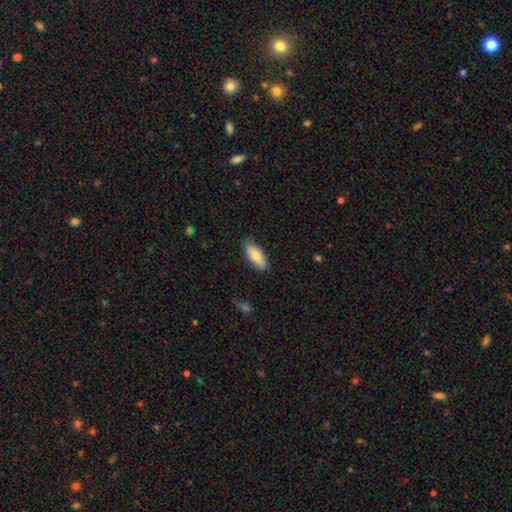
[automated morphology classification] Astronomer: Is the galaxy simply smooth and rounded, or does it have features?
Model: smooth — 81%.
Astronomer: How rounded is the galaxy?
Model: in between — 80%.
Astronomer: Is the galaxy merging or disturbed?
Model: none — 84%.